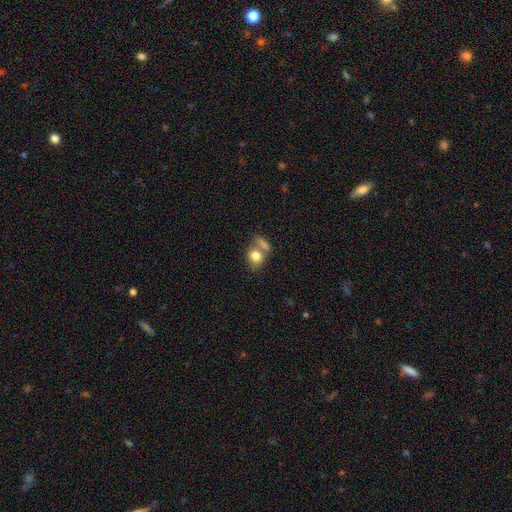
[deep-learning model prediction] Smooth or featured? smooth (80%)
How rounded? round (52%)
Merging? none (46%)